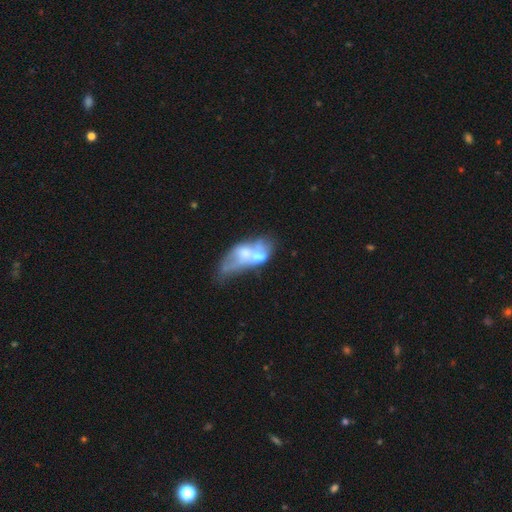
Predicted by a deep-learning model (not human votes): A featured or disk galaxy (52%). Merging: merger (47%).